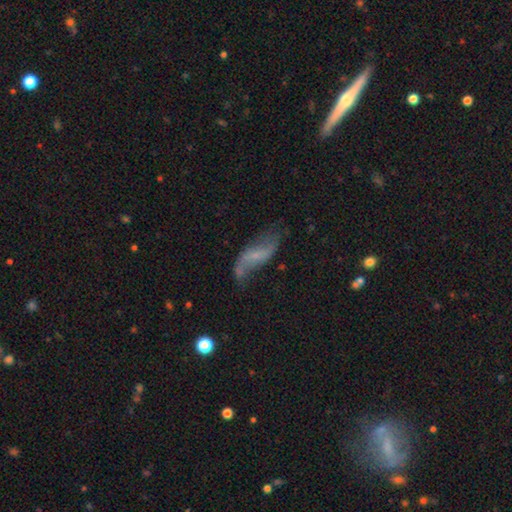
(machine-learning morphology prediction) Smooth or featured? Predicted: featured or disk (p=0.68). Edge-on disk? Predicted: no (p=0.92). Bar? Predicted: no (p=0.47). Spiral arms? Predicted: yes (p=0.84). Spiral winding? Predicted: loose (p=0.85). Spiral arm count? Predicted: 2 (p=0.87). Bulge size? Predicted: small (p=0.60). Merging? Predicted: none (p=0.51).